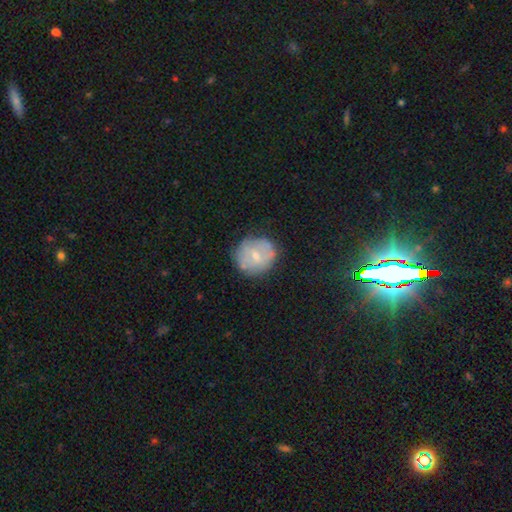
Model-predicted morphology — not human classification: smooth 53%, featured or disk 38%, star or artifact 9%. Down the decision tree: how rounded — round (83%); merging — none (71%).